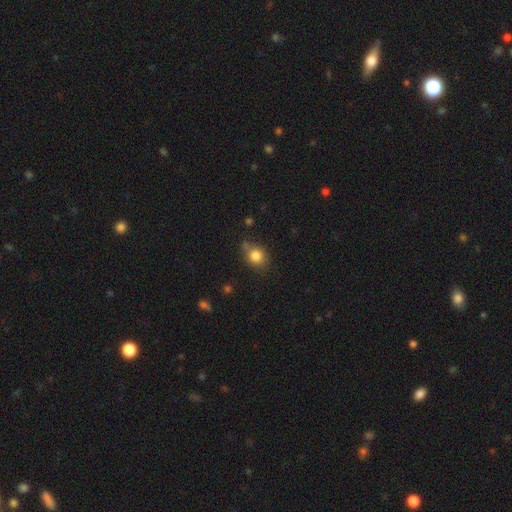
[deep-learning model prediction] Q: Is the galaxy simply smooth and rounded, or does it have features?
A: smooth — 82%.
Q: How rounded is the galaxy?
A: round — 68%.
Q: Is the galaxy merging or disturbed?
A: none — 67%.